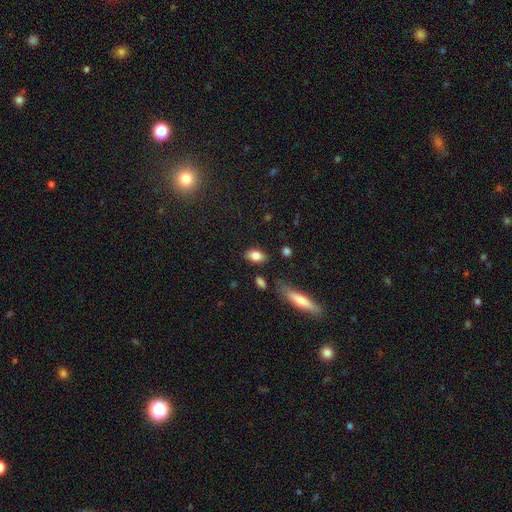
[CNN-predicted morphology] This appears to be a smooth galaxy with no disk features (80%) that is in between round and cigar-shaped (85%). Merging: none (82%).